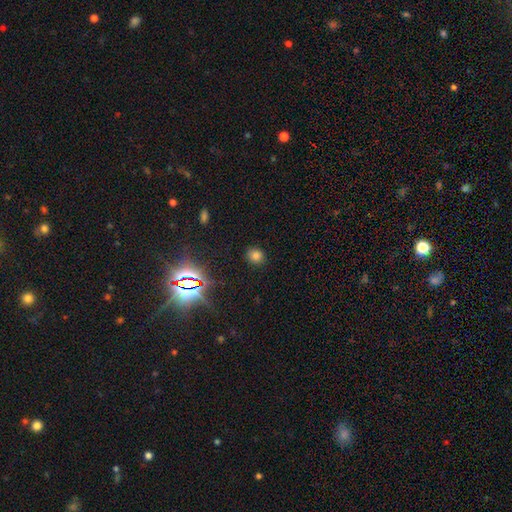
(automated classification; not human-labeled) smooth-or-featured: smooth: 74% | star or artifact: 21% | featured or disk: 6%
  how-rounded: round: 81% | in between: 18% | cigar-shaped: 1%
  merging: none: 89% | minor disturbance: 7% | major disturbance: 3% | merger: 1%